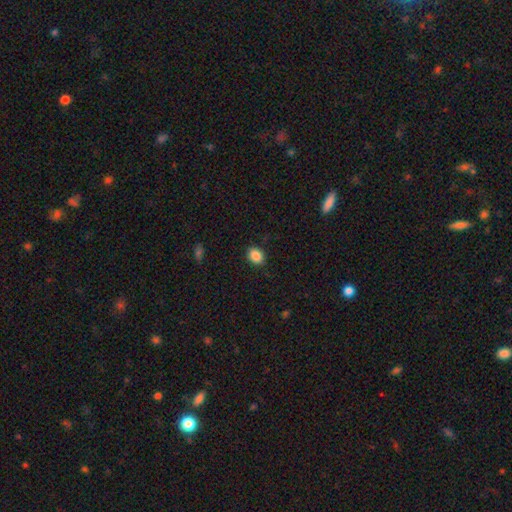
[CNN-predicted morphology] Smooth or featured?
  - smooth: 88% *
  - star or artifact: 9%
  - featured or disk: 3%
How rounded?
  - in between: 59% *
  - round: 40%
  - cigar-shaped: 1%
Merging?
  - none: 89% *
  - minor disturbance: 8%
  - major disturbance: 2%
  - merger: 1%